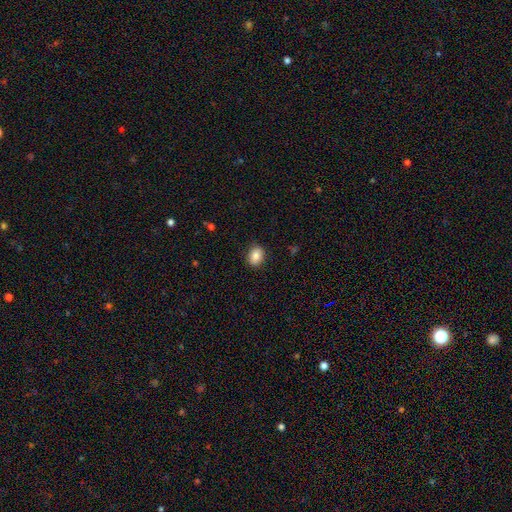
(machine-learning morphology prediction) Overall: smooth (84%). How rounded: in between (60%; round 39%). Merging: none (88%).